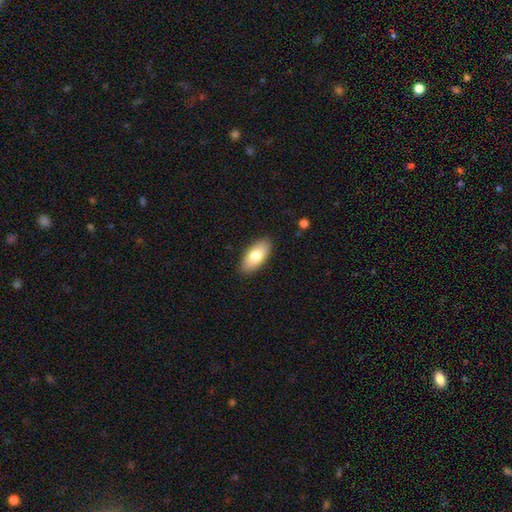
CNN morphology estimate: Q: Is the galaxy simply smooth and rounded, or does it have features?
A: smooth — 79%.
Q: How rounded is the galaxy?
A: in between — 90%.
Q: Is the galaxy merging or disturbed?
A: none — 88%.